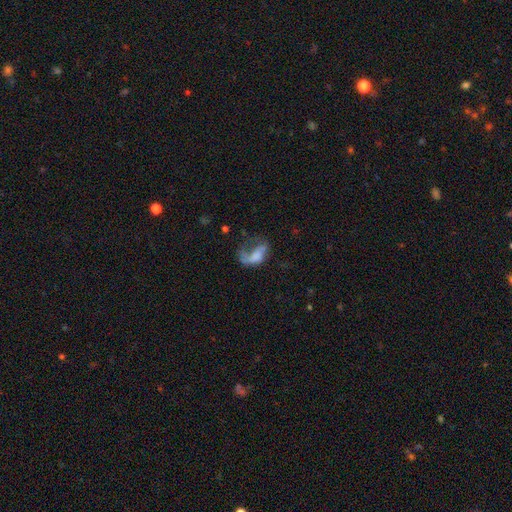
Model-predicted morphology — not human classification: A featured or disk galaxy (52%) with no bar (75%), spiral arms (51%) and no central bulge (57%). Merging: major disturbance (55%).